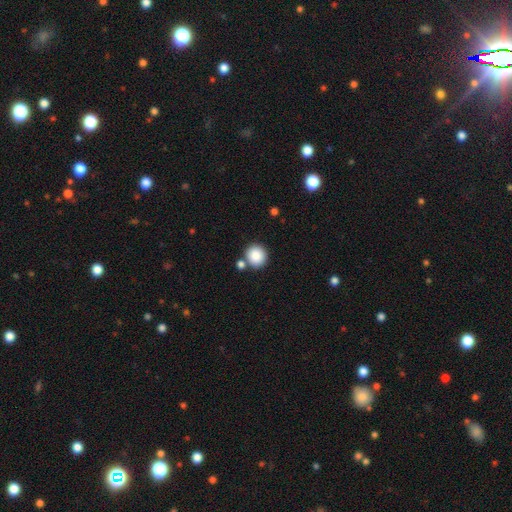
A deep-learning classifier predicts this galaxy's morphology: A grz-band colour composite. It shows a smooth galaxy with no disk features (87%) that is round (91%). Merging: none (74%).